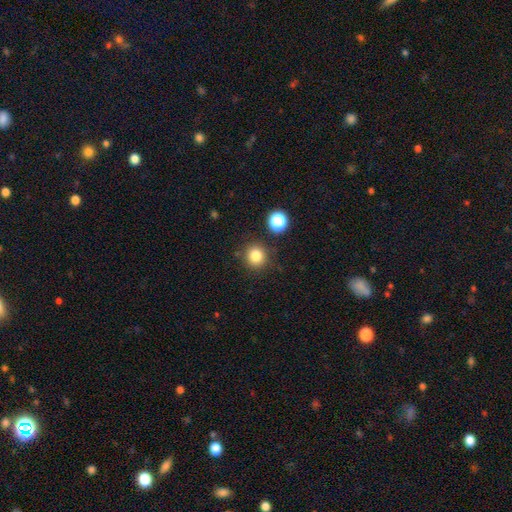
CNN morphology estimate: The model was most divided on "smooth or featured": smooth: 81%, star or artifact: 13%, featured or disk: 6%. More confident: how rounded — round (91%); merging — none (85%).